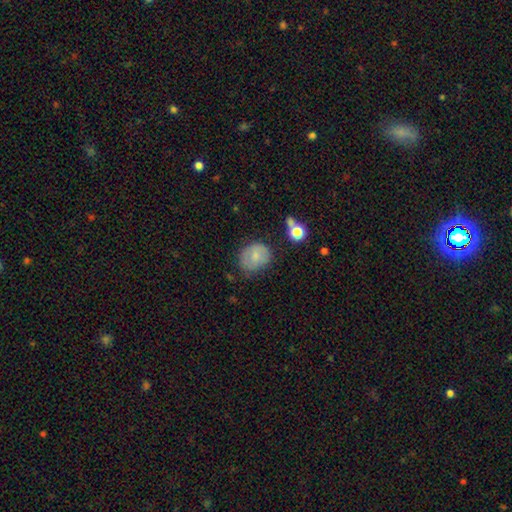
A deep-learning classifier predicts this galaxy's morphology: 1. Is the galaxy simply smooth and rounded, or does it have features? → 71% smooth, 20% featured or disk, 9% star or artifact.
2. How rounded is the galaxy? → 58% round, 41% in between, 1% cigar-shaped.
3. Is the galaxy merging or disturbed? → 60% none, 27% minor disturbance, 9% major disturbance, 3% merger.